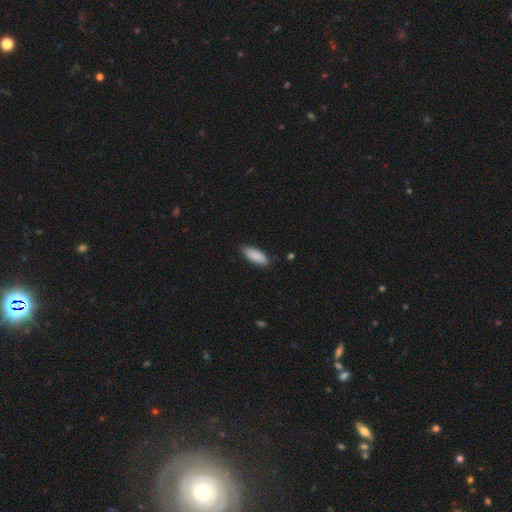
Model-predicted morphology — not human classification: Overall: smooth (88%). How rounded: in between (73%). Merging: none (85%).